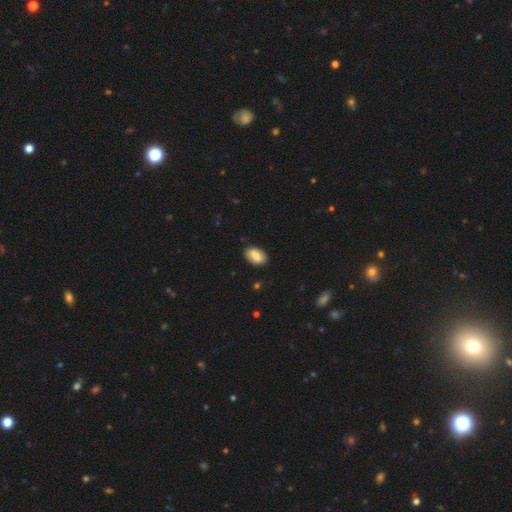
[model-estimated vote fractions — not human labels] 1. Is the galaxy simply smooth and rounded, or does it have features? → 81% smooth, 12% featured or disk, 7% star or artifact.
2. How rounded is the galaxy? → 91% in between, 7% round, 2% cigar-shaped.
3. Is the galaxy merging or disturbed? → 82% none, 14% minor disturbance, 3% major disturbance, 1% merger.